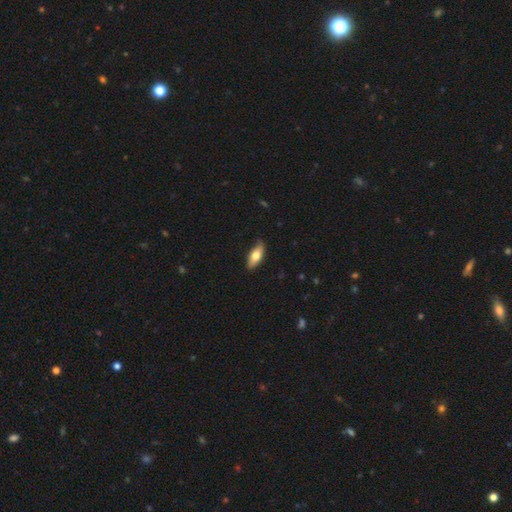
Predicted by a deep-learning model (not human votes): Smooth or featured? Predicted: smooth (p=0.71). How rounded? Predicted: in between (p=0.79). Merging? Predicted: none (p=0.83).